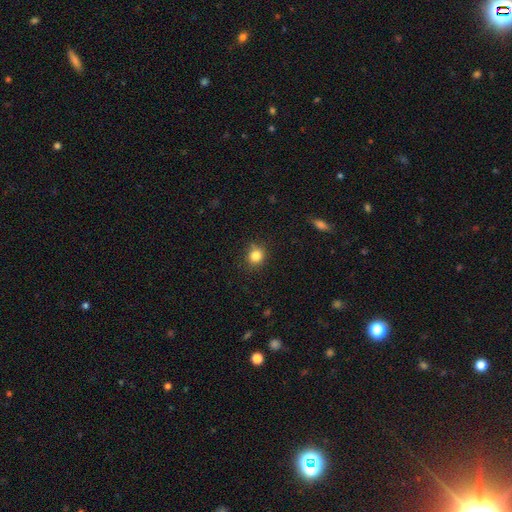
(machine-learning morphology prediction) type=smooth (82%); roundness=round (83%); merging=none (82%).